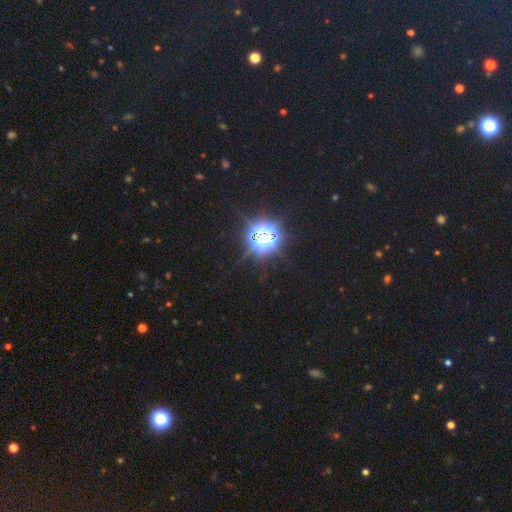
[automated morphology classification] Smooth or featured: star or artifact — 79% (smooth — 16%)